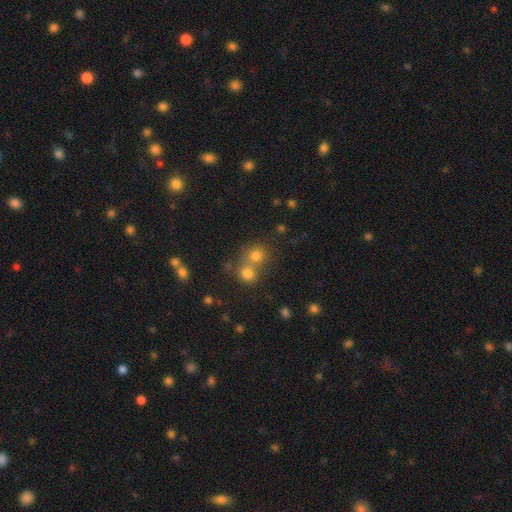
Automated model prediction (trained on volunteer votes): smooth_or_featured: smooth (p=0.76) [alt: star or artifact p=0.15]
how_rounded: round (p=0.82) [alt: in between p=0.17]
merging: merger (p=0.48) [alt: none p=0.42]